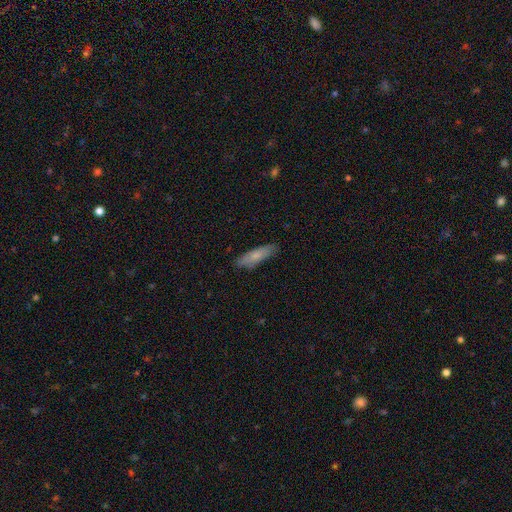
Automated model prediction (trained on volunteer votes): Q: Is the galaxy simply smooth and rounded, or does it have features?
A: smooth — 74%.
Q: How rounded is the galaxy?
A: cigar-shaped — 64%.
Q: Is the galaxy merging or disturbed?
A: none — 85%.